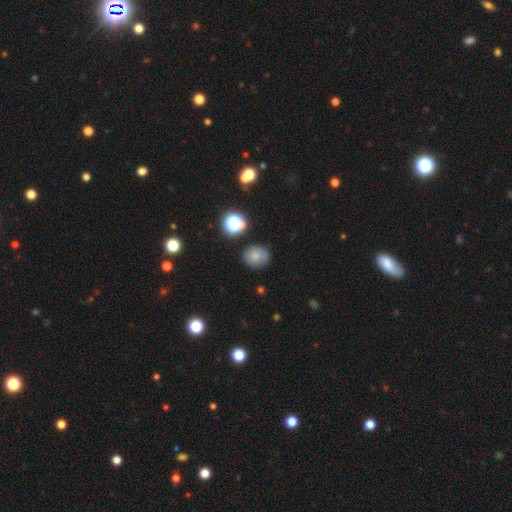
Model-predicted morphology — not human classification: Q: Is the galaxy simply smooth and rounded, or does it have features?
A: smooth — 76%.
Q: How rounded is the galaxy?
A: round — 74%.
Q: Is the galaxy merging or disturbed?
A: none — 80%.